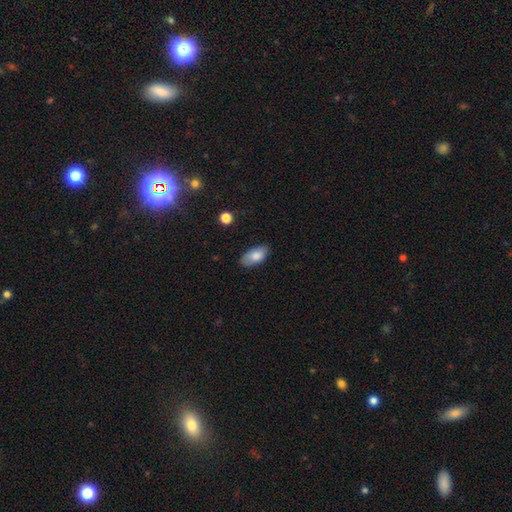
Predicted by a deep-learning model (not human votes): The model was most divided on "merging": none: 81%, minor disturbance: 15%, major disturbance: 3%, merger: 1%. More confident: how rounded — in between (93%); smooth or featured — smooth (81%).